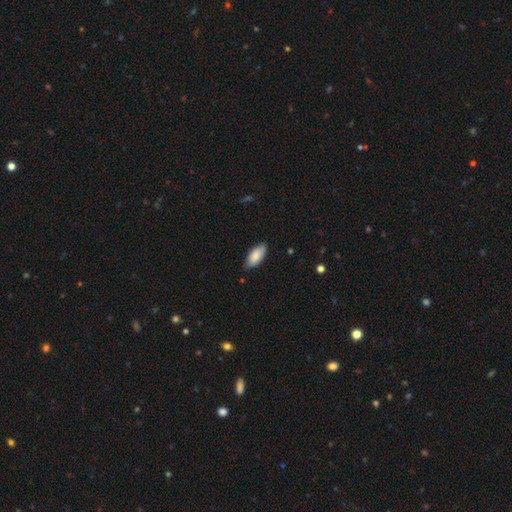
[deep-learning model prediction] Morphology: type=smooth (84%); roundness=in between (91%); merging=none (79%).